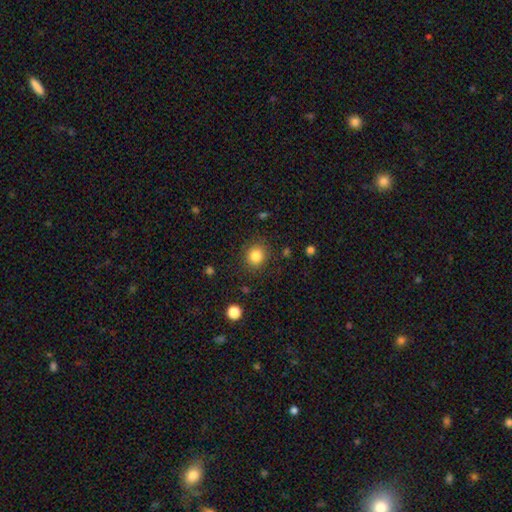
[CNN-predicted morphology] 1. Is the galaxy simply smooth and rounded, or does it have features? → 84% smooth, 11% star or artifact, 5% featured or disk.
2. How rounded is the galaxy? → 85% round, 15% in between, 1% cigar-shaped.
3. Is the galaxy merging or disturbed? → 86% none, 9% minor disturbance, 3% major disturbance, 2% merger.